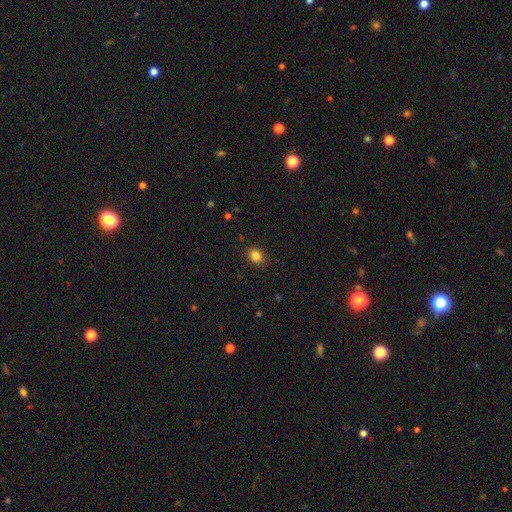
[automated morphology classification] smooth-or-featured: smooth: 84% | star or artifact: 11% | featured or disk: 5%
  how-rounded: round: 59% | in between: 40% | cigar-shaped: 1%
  merging: none: 88% | minor disturbance: 8% | major disturbance: 2% | merger: 1%